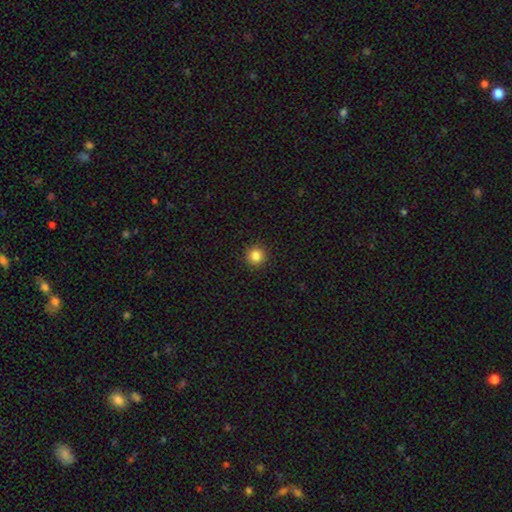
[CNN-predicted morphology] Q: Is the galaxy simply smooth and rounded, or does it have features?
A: smooth — 85%.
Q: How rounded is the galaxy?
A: round — 95%.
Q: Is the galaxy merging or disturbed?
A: none — 92%.